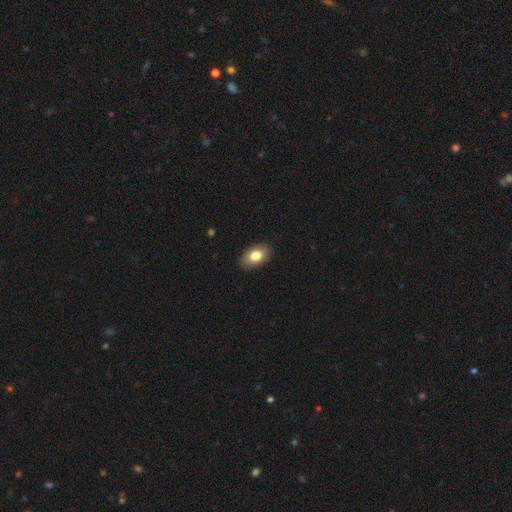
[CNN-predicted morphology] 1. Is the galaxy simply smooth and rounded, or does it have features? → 82% smooth, 11% featured or disk, 7% star or artifact.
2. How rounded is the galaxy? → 88% in between, 10% round, 1% cigar-shaped.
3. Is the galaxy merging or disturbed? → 88% none, 9% minor disturbance, 2% major disturbance, 1% merger.